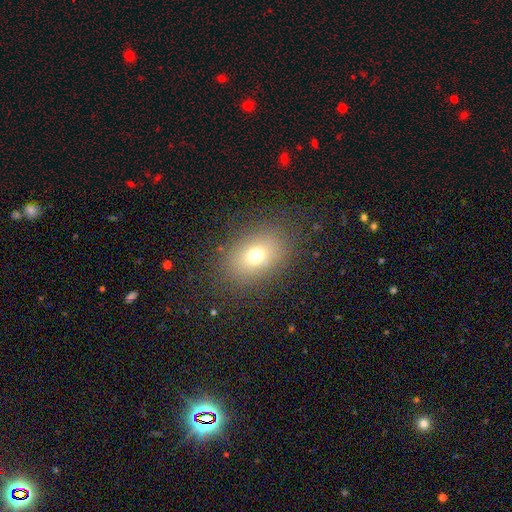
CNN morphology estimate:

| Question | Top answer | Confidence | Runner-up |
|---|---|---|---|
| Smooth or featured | smooth | 70% | star or artifact (15%) |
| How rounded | in between | 66% | round (32%) |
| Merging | none | 82% | minor disturbance (11%) |